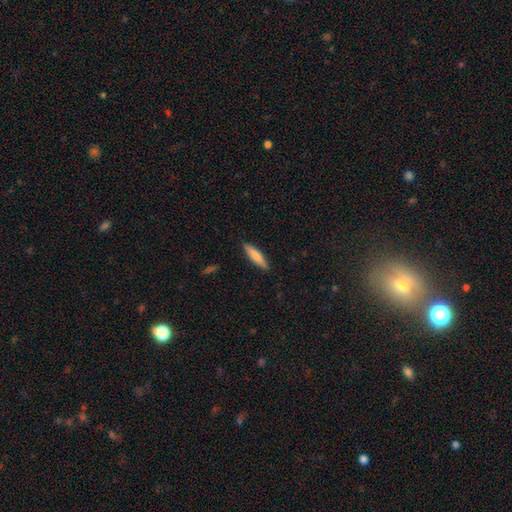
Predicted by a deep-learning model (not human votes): This is likely a smooth galaxy (74%). How rounded: likely cigar-shaped (78%). Merging: clearly none (88%).